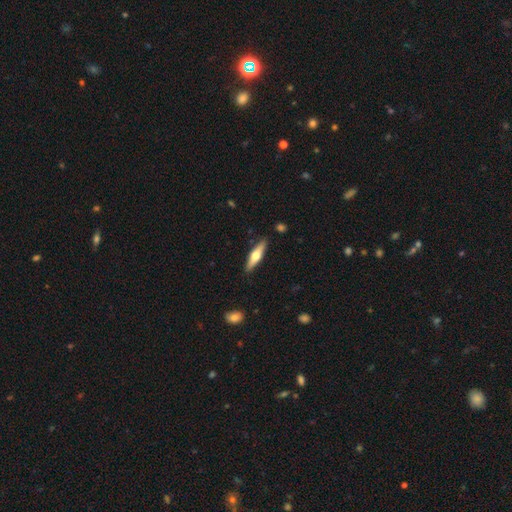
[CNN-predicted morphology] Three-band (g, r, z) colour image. It shows a featured or disk galaxy (50%) viewed edge-on (94%). Merging: none (88%).